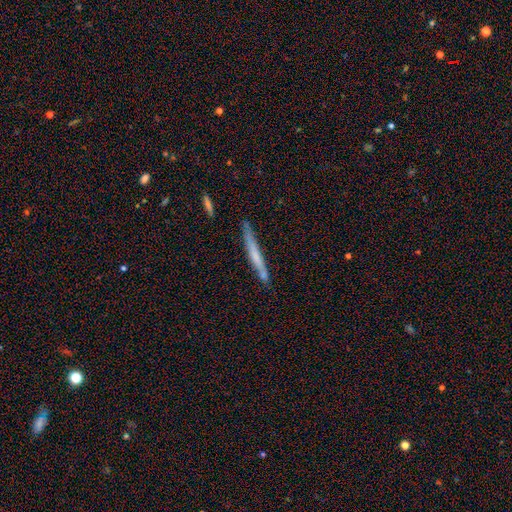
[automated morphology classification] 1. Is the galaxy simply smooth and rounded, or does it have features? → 51% smooth, 42% featured or disk, 7% star or artifact.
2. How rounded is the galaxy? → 96% cigar-shaped, 3% in between, 1% round.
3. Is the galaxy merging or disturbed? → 75% none, 17% minor disturbance, 5% merger, 3% major disturbance.